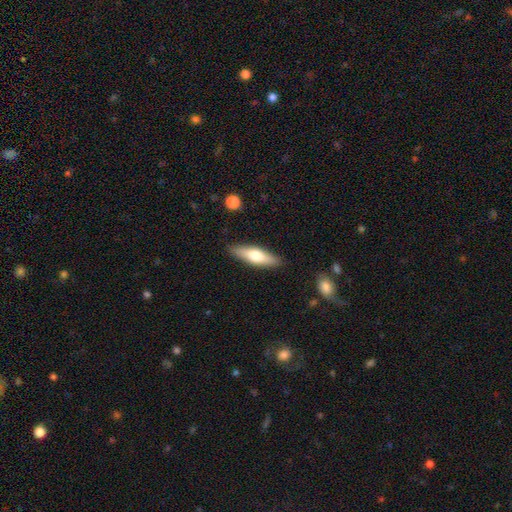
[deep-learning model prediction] smooth_or_featured: smooth (p=0.58) [alt: featured or disk p=0.37]
how_rounded: cigar-shaped (p=0.62) [alt: in between p=0.36]
merging: none (p=0.88) [alt: minor disturbance p=0.09]